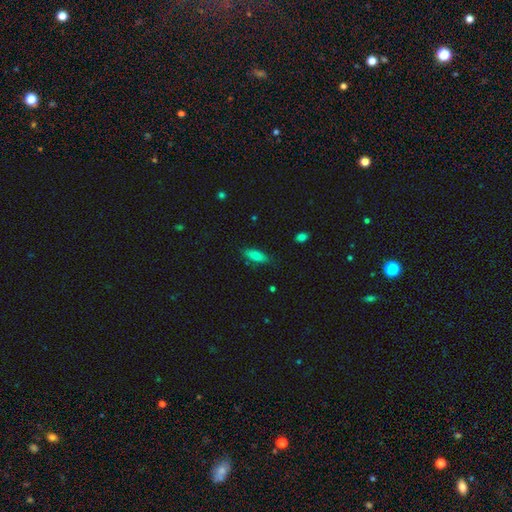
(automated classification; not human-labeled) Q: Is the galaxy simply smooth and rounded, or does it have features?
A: smooth — 73%.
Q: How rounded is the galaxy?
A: in between — 66%.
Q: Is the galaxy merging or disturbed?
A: none — 81%.